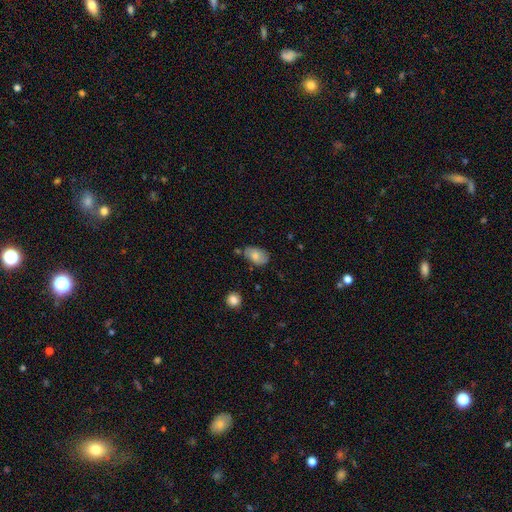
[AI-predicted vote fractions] Smooth or featured: smooth — 77% (featured or disk — 15%)
How rounded: in between — 90% (round — 8%)
Merging: none — 64% (minor disturbance — 26%)